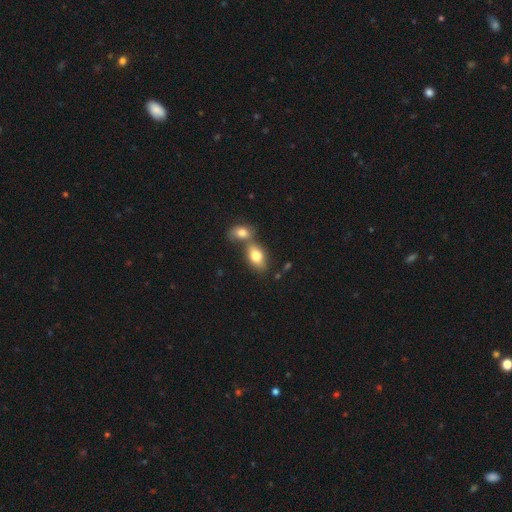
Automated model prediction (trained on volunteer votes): Q: Smooth or featured?
A: smooth (78%); runner-up: featured or disk (15%)
Q: How rounded?
A: in between (87%); runner-up: round (10%)
Q: Merging?
A: merger (49%); runner-up: none (38%)